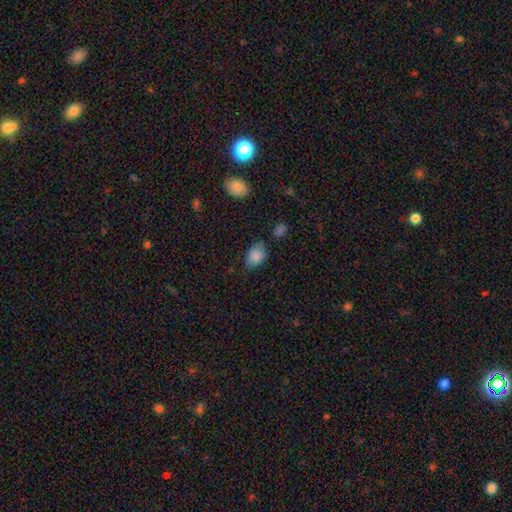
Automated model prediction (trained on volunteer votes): Smooth or featured?
  - smooth: 85% *
  - star or artifact: 9%
  - featured or disk: 7%
How rounded?
  - in between: 78% *
  - round: 20%
  - cigar-shaped: 1%
Merging?
  - none: 61% *
  - minor disturbance: 29%
  - major disturbance: 6%
  - merger: 4%